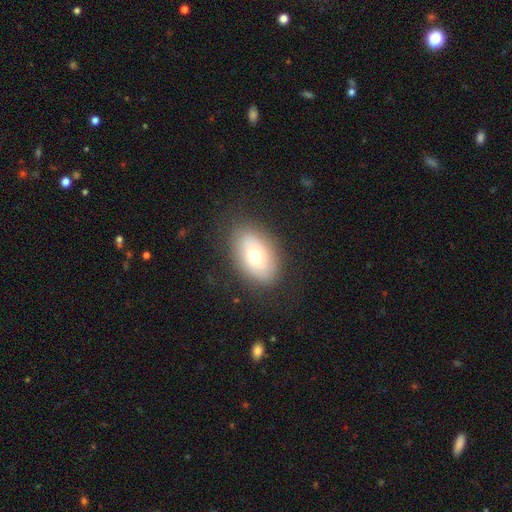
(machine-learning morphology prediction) smooth 61%, featured or disk 31%, star or artifact 8%. Down the decision tree: how rounded — in between (88%); merging — none (82%).